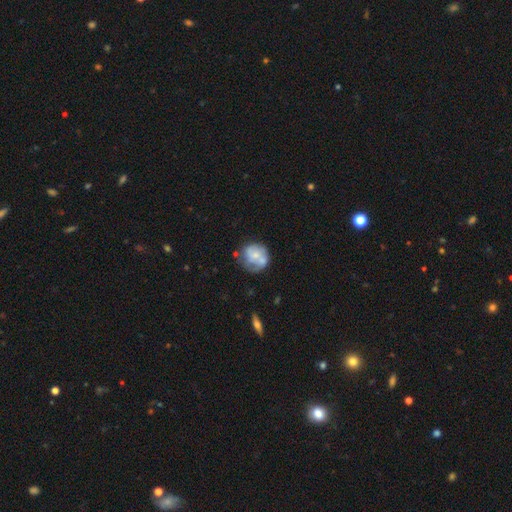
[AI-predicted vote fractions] Q: Smooth or featured?
A: featured or disk (48%); runner-up: smooth (45%)
Q: Merging?
A: none (46%); runner-up: minor disturbance (26%)